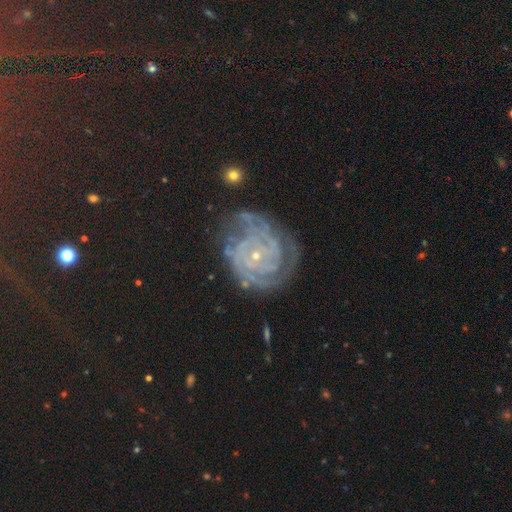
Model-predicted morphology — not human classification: This is clearly a featured or disk galaxy (83%). It is clearly not viewed edge-on (98%). Bar: likely no (75%). Spiral arm pattern: clearly yes (97%). Spiral arm count: marginally can't tell (24%). Spiral winding: clearly tight (81%). Central bulge: clearly small (86%). Merging: likely none (71%).